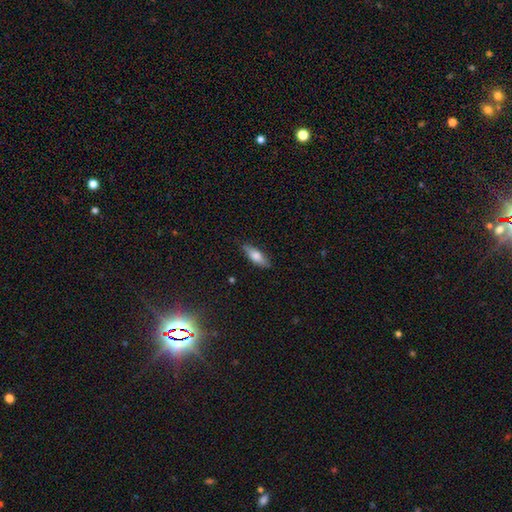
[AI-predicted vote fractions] smooth-or-featured: smooth: 73% | featured or disk: 21% | star or artifact: 6%
  how-rounded: in between: 59% | cigar-shaped: 38% | round: 2%
  merging: none: 84% | minor disturbance: 12% | major disturbance: 2% | merger: 1%